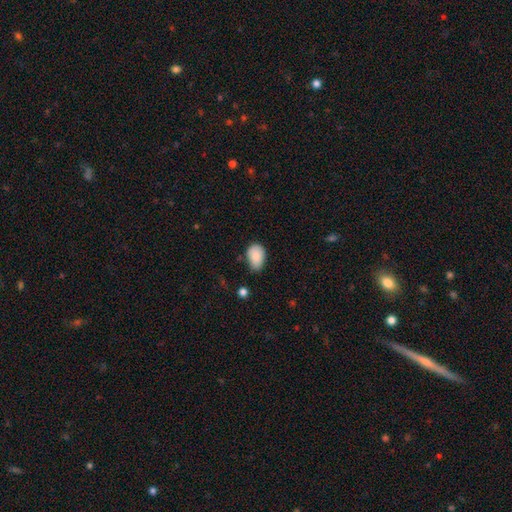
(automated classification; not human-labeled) Morphology: type=smooth (86%); roundness=in between (86%); merging=none (60%).